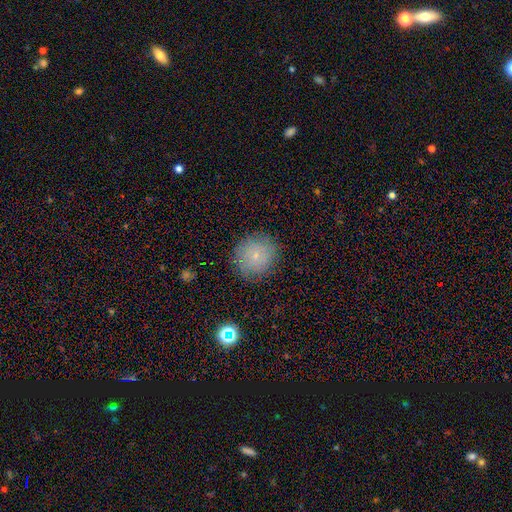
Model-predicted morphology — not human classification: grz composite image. It shows a smooth galaxy with no disk features (73%) that is round (92%). Merging: none (85%).